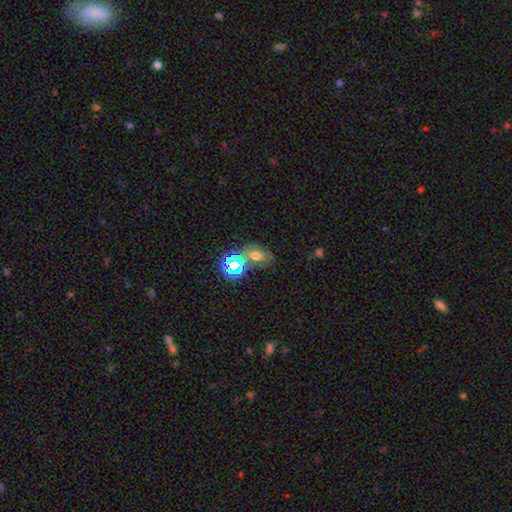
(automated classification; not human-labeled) smooth-or-featured: smooth: 46% | star or artifact: 33% | featured or disk: 21%
  merging: none: 53% | merger: 23% | minor disturbance: 16% | major disturbance: 9%